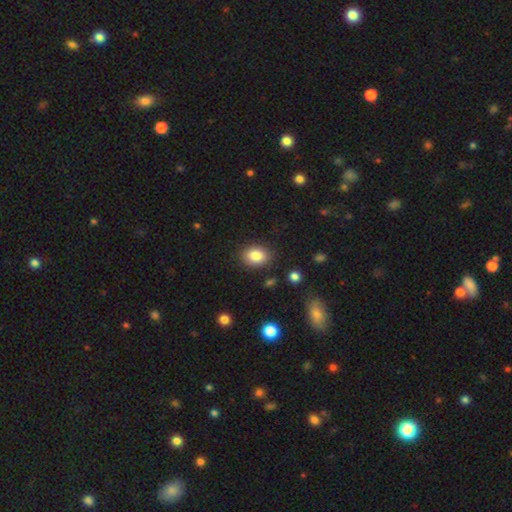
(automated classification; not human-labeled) Q: Smooth or featured?
A: smooth (84%); runner-up: star or artifact (9%)
Q: How rounded?
A: in between (61%); runner-up: round (38%)
Q: Merging?
A: none (86%); runner-up: minor disturbance (10%)